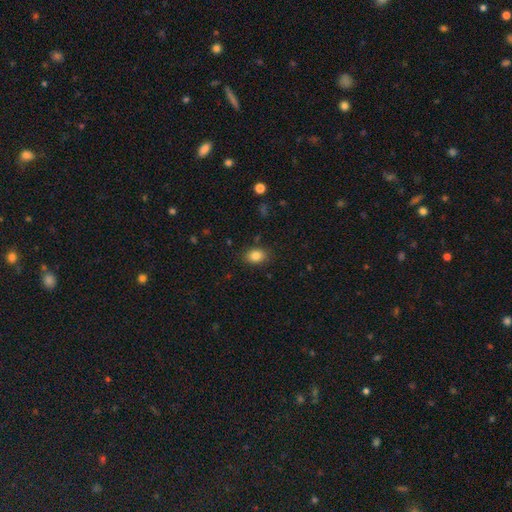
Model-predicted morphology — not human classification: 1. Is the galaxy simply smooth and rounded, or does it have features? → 85% smooth, 9% star or artifact, 6% featured or disk.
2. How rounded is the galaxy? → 73% in between, 26% round, 1% cigar-shaped.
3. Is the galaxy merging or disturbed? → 84% none, 11% minor disturbance, 3% major disturbance, 1% merger.